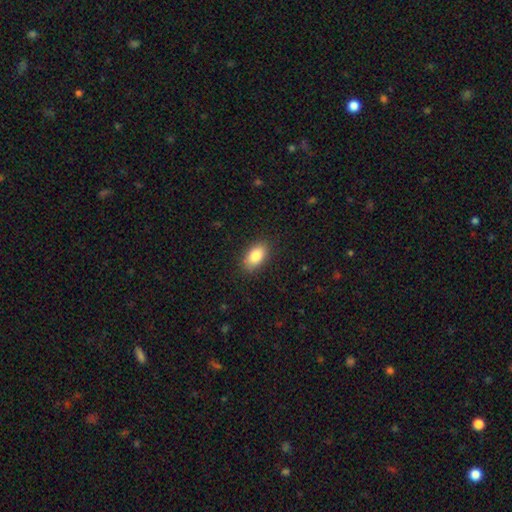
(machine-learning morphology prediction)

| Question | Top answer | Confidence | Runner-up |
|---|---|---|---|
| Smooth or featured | smooth | 85% | featured or disk (8%) |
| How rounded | in between | 91% | round (6%) |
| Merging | none | 87% | minor disturbance (10%) |